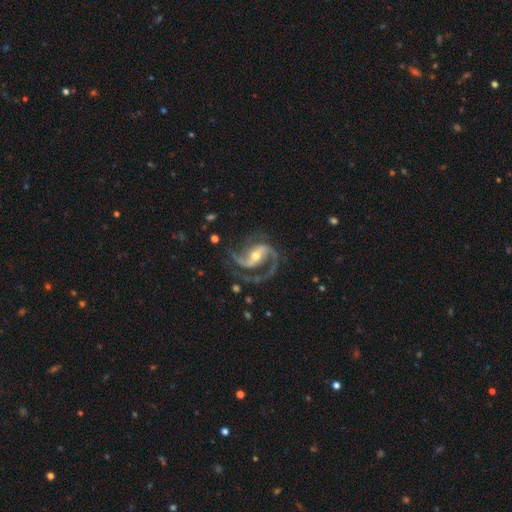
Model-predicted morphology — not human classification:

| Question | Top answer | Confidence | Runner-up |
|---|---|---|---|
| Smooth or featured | featured or disk | 93% | star or artifact (4%) |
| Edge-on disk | no | 98% | yes (2%) |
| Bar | strong | 40% | weak (35%) |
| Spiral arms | yes | 98% | no (2%) |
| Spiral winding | medium | 59% | loose (24%) |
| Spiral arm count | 2 | 81% | 3 (9%) |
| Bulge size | moderate | 58% | small (37%) |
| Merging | none | 70% | minor disturbance (16%) |